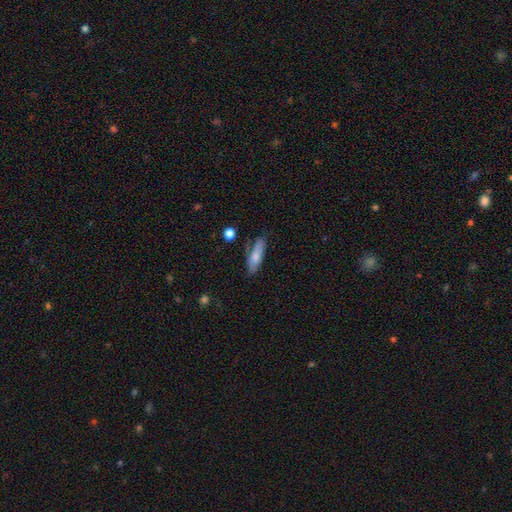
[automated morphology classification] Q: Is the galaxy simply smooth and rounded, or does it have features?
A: smooth — 74%.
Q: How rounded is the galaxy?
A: in between — 55%.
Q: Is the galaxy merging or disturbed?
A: none — 65%.